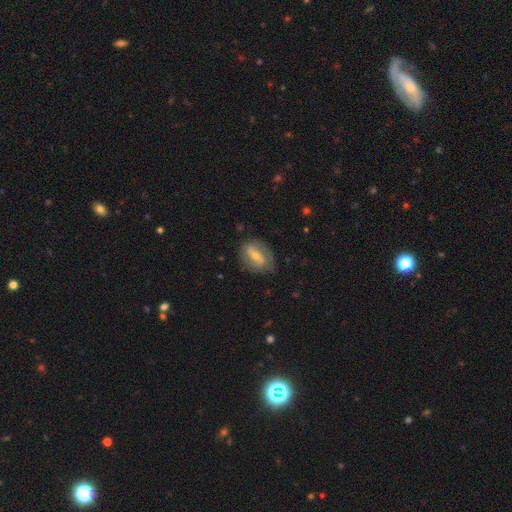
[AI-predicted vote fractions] This is possibly a featured or disk galaxy (59%). It is clearly not viewed edge-on (87%). Bar: possibly strong (49%). Spiral arm pattern: possibly yes (52%). Central bulge: possibly small (50%). Merging: likely none (76%).